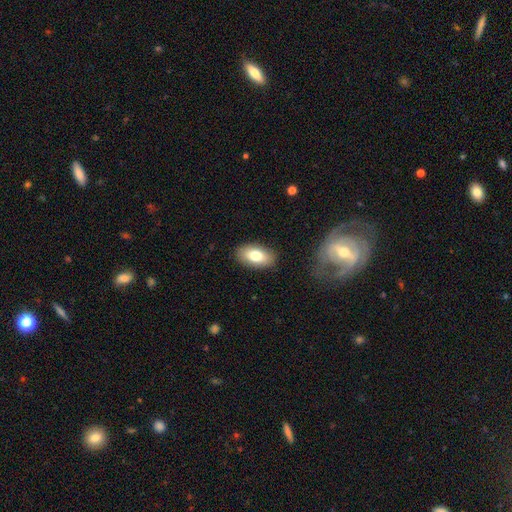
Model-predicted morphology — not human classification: A smooth galaxy with no disk features (78%) that is in between round and cigar-shaped (92%).

Vote fractions:
- Smooth or featured? smooth: 78% / featured or disk: 15% / star or artifact: 7%
- How rounded? in between: 92% / round: 5% / cigar-shaped: 3%
- Merging? none: 87% / minor disturbance: 9% / major disturbance: 2% / merger: 1%